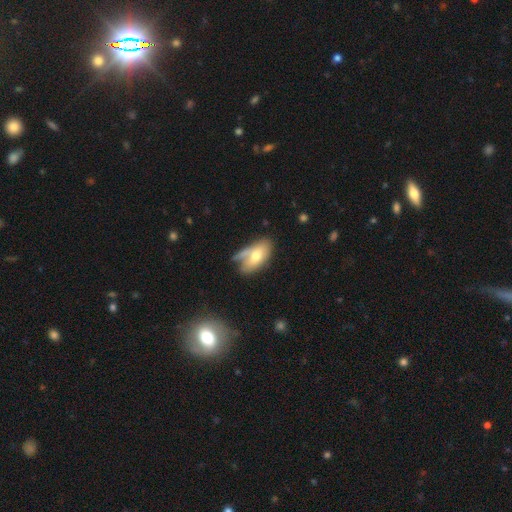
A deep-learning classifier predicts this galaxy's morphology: A smooth galaxy with no disk features (64%) that is in between round and cigar-shaped (90%).

Vote fractions:
- Smooth or featured? smooth: 64% / featured or disk: 29% / star or artifact: 7%
- How rounded? in between: 90% / cigar-shaped: 5% / round: 5%
- Merging? none: 41% / minor disturbance: 26% / merger: 17% / major disturbance: 16%